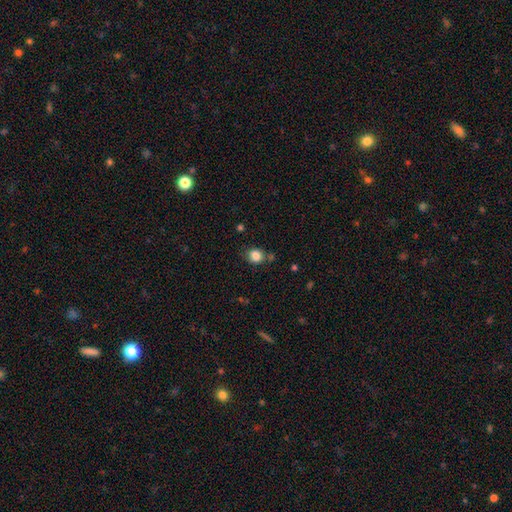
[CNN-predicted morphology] smooth 84%, star or artifact 10%, featured or disk 5%. Down the decision tree: how rounded — round (71%); merging — none (70%).